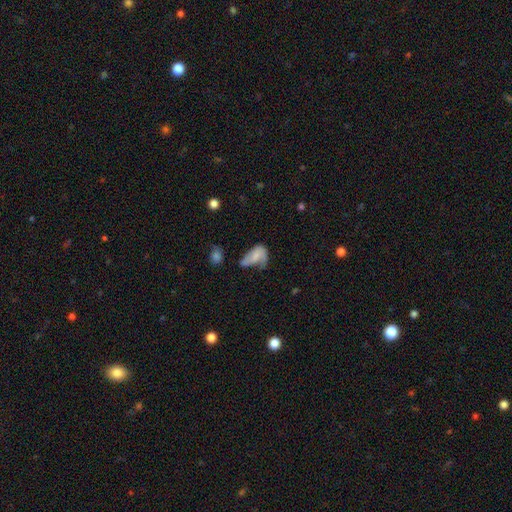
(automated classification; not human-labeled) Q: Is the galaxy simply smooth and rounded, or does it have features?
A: smooth — 53%.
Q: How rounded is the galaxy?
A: in between — 87%.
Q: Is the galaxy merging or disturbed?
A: major disturbance — 39%.